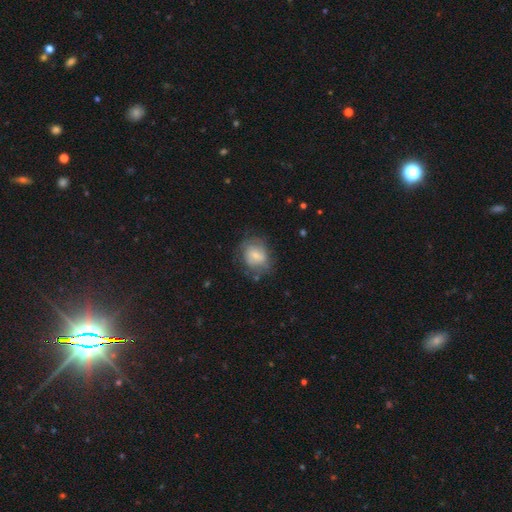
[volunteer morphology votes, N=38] Smooth or featured: smooth — 50% (featured or disk — 45%)
How rounded: round — 68% (in between — 32%)
Merging: none — 64% (minor disturbance — 17%)